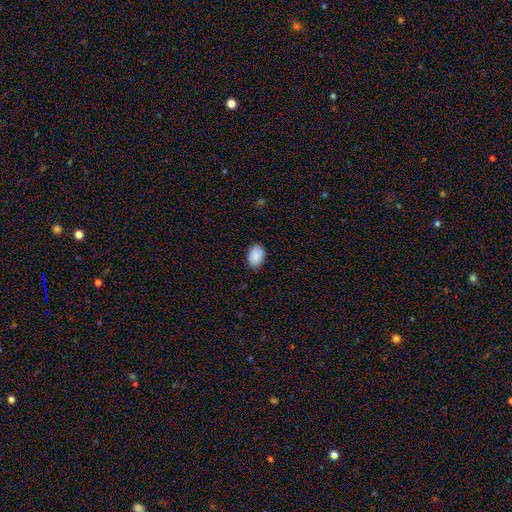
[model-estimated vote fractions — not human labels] This appears to be a smooth galaxy with no disk features (90%) that is in between round and cigar-shaped (87%). Merging: none (87%).